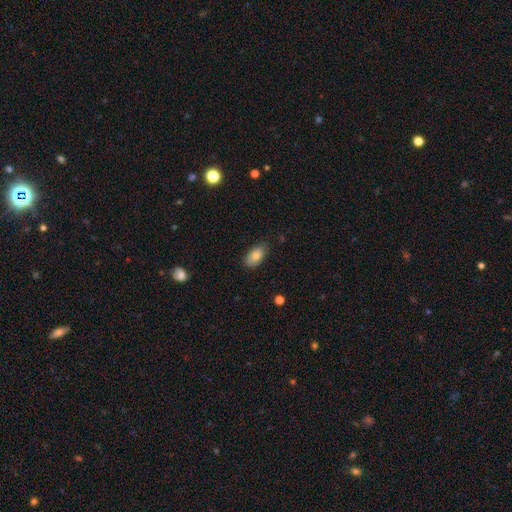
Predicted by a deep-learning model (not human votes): smooth_or_featured: smooth (p=0.79) [alt: featured or disk p=0.13]
how_rounded: in between (p=0.92) [alt: round p=0.05]
merging: none (p=0.78) [alt: minor disturbance p=0.18]